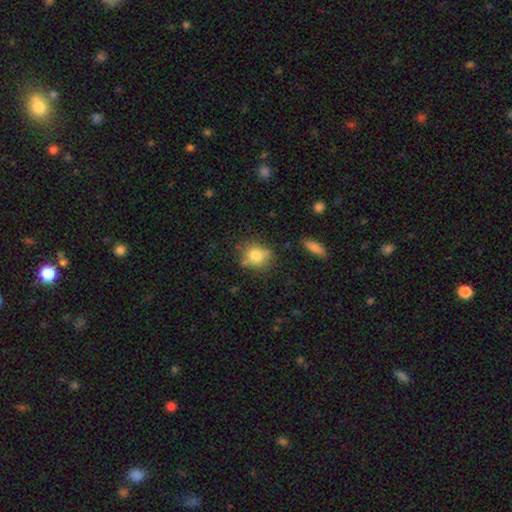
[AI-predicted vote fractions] smooth 79%, featured or disk 11%, star or artifact 10%. Down the decision tree: how rounded — round (68%); merging — none (68%).